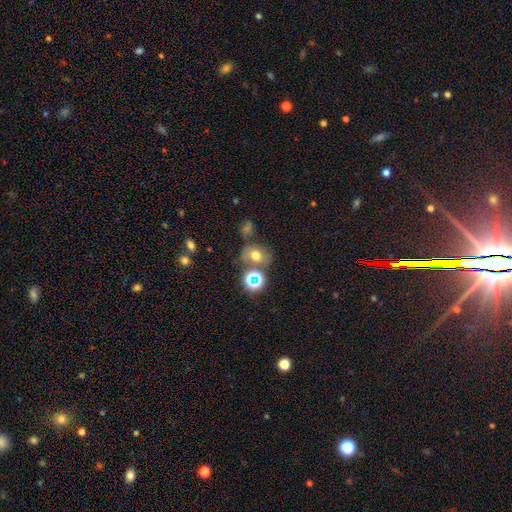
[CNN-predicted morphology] Smooth or featured? smooth (62%)
How rounded? round (50%)
Merging? none (60%)